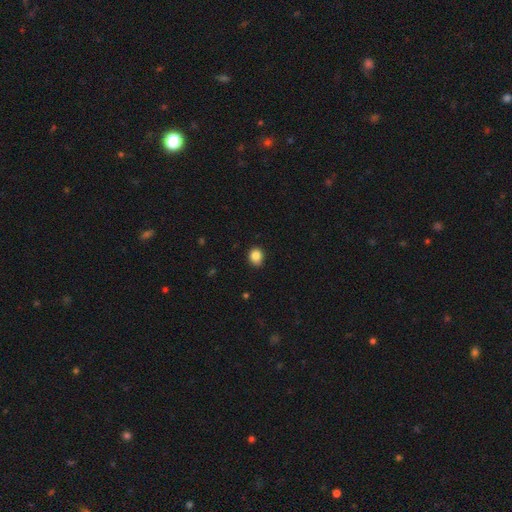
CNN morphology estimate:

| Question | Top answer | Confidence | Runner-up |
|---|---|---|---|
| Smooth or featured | smooth | 85% | star or artifact (10%) |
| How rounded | round | 68% | in between (31%) |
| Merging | none | 78% | minor disturbance (18%) |